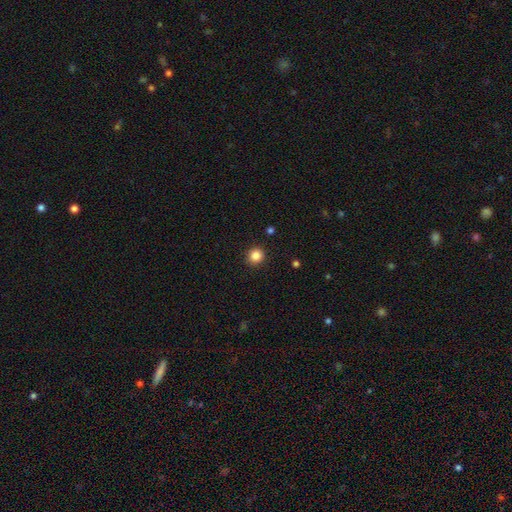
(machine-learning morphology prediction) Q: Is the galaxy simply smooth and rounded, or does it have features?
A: smooth — 85%.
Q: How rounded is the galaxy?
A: round — 92%.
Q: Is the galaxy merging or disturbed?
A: none — 92%.